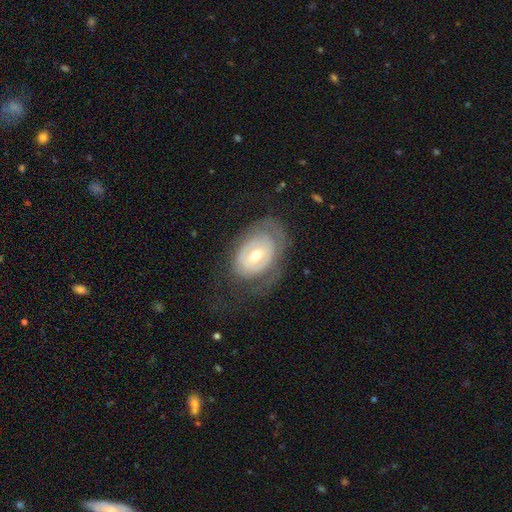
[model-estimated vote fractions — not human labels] Morphology: type=featured or disk (65%); edge-on=no (93%); bar=no (64%); spiral arms=no (52%); bulge=moderate (60%); merging=none (57%).